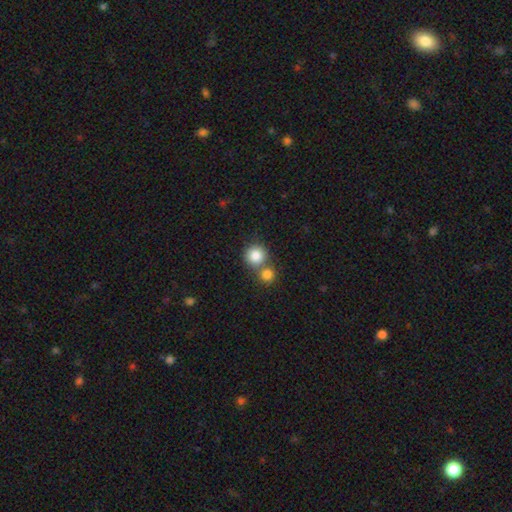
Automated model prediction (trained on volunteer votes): smooth-or-featured: smooth: 83% | star or artifact: 10% | featured or disk: 7%
  how-rounded: round: 92% | in between: 7% | cigar-shaped: 1%
  merging: none: 52% | merger: 39% | minor disturbance: 6% | major disturbance: 2%